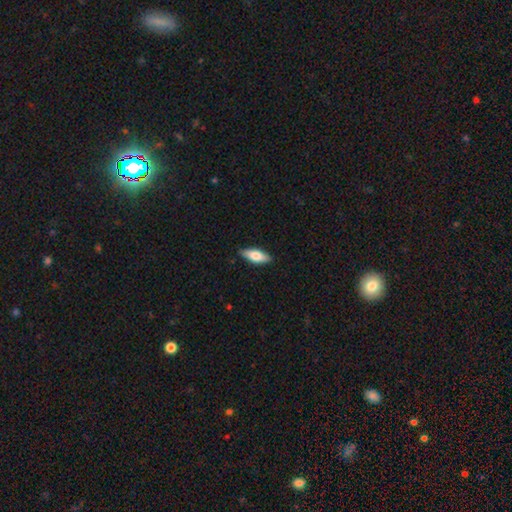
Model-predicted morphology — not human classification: A smooth galaxy with no disk features (68%) that is in between round and cigar-shaped (69%). Merging: none (86%).